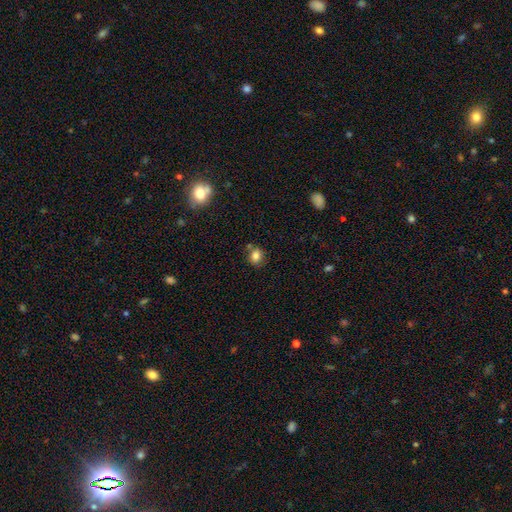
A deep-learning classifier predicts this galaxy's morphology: Q: Smooth or featured?
A: smooth (82%); runner-up: star or artifact (11%)
Q: How rounded?
A: round (64%); runner-up: in between (35%)
Q: Merging?
A: none (70%); runner-up: minor disturbance (15%)